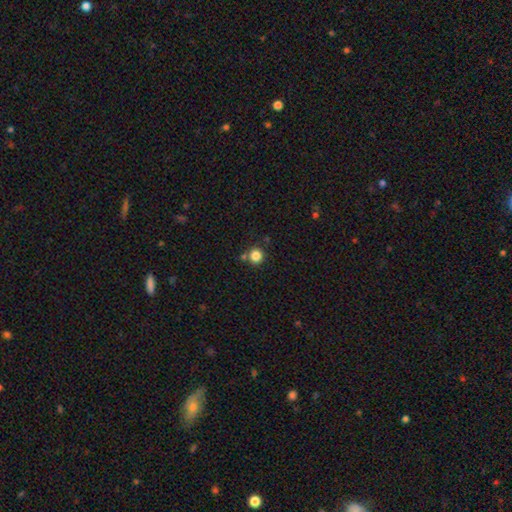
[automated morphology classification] Smooth or featured? smooth (83%)
How rounded? round (93%)
Merging? none (77%)